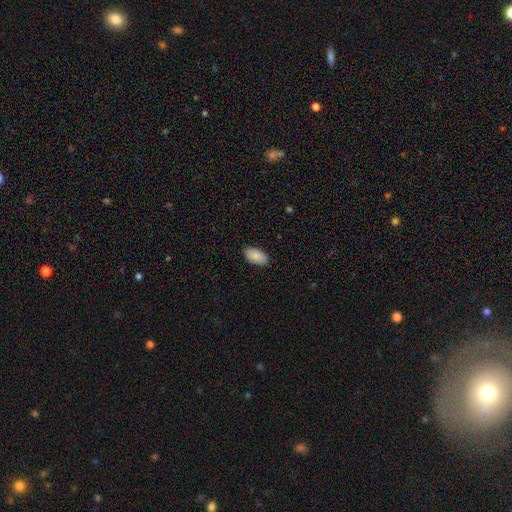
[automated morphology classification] Smooth or featured? Predicted: smooth (p=0.88). How rounded? Predicted: in between (p=0.95). Merging? Predicted: none (p=0.88).